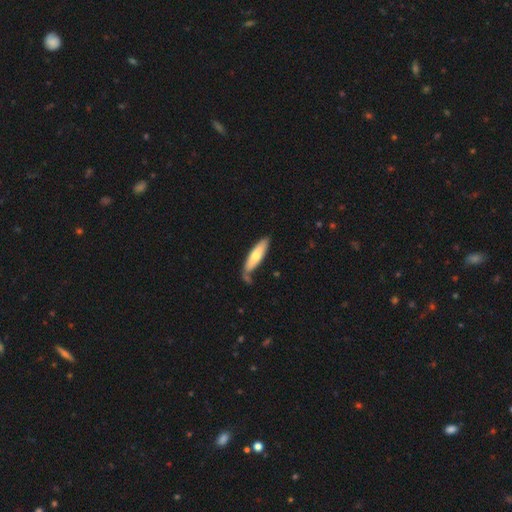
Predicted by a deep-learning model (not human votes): smooth-or-featured: smooth: 65% | featured or disk: 30% | star or artifact: 5%
  how-rounded: cigar-shaped: 67% | in between: 31% | round: 2%
  merging: none: 61% | minor disturbance: 22% | merger: 10% | major disturbance: 6%